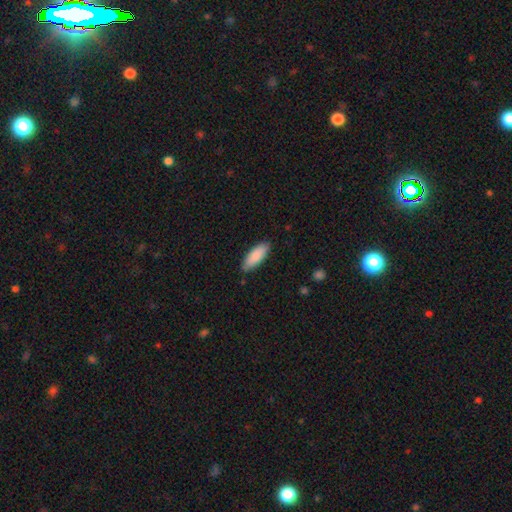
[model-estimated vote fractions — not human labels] Smooth or featured?
  - smooth: 88% *
  - featured or disk: 7%
  - star or artifact: 5%
How rounded?
  - in between: 69% *
  - cigar-shaped: 30%
  - round: 1%
Merging?
  - none: 85% *
  - minor disturbance: 11%
  - major disturbance: 2%
  - merger: 1%